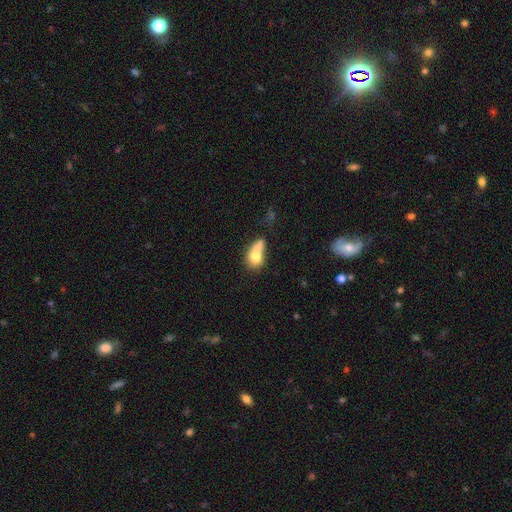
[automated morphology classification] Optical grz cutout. It shows a smooth galaxy with no disk features (70%) that is in between round and cigar-shaped (60%). Merging: merger (49%).